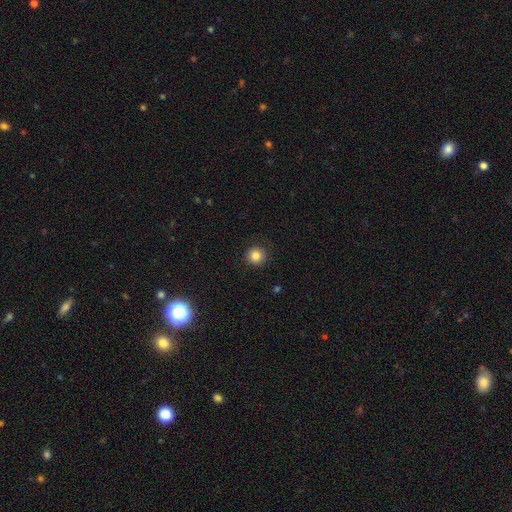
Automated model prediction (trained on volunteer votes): Morphology: type=smooth (84%); roundness=round (94%); merging=none (90%).